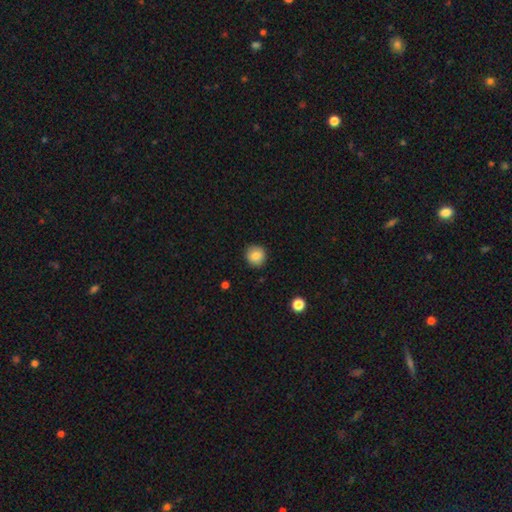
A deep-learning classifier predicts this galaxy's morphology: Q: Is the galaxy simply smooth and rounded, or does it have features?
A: smooth — 86%.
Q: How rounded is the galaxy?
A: round — 92%.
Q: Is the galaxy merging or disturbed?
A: none — 91%.